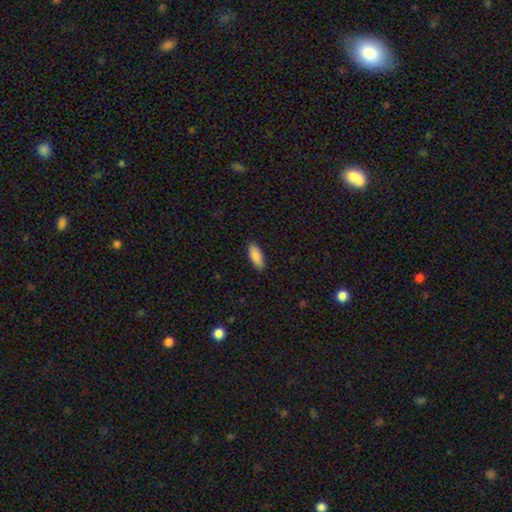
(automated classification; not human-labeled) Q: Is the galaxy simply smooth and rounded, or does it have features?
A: smooth — 89%.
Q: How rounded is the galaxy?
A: in between — 79%.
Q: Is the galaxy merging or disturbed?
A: none — 89%.